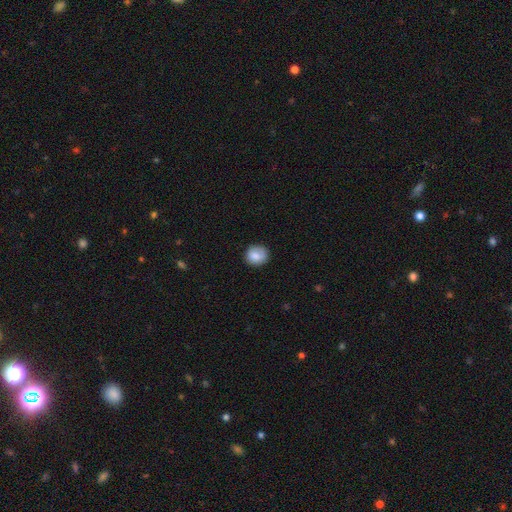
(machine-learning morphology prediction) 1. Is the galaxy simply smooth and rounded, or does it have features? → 83% smooth, 9% featured or disk, 8% star or artifact.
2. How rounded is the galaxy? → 83% round, 16% in between, 1% cigar-shaped.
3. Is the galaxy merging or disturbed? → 80% none, 15% minor disturbance, 4% major disturbance, 1% merger.